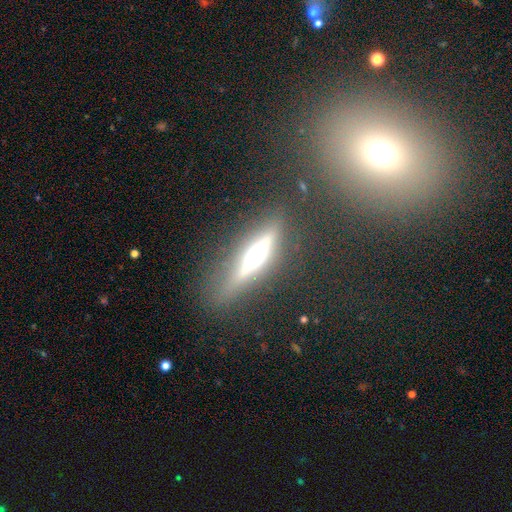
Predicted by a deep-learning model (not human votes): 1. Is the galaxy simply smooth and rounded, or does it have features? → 71% featured or disk, 21% smooth, 8% star or artifact.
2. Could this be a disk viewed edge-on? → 94% yes, 6% no.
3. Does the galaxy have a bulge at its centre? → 92% rounded, 5% boxy, 3% none.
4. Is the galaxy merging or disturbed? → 83% none, 10% minor disturbance, 4% major disturbance, 2% merger.